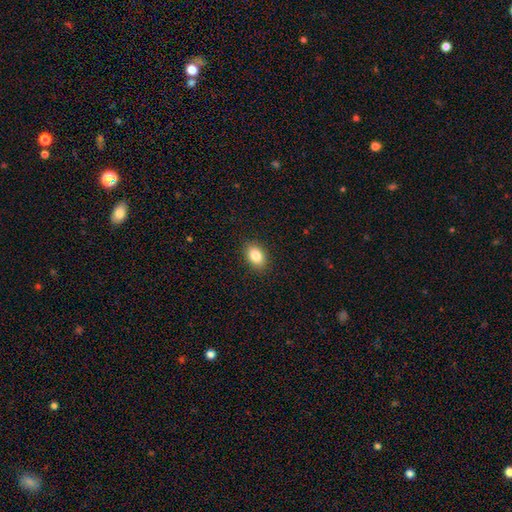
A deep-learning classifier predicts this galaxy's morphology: Smooth or featured? smooth (86%)
How rounded? in between (84%)
Merging? none (89%)